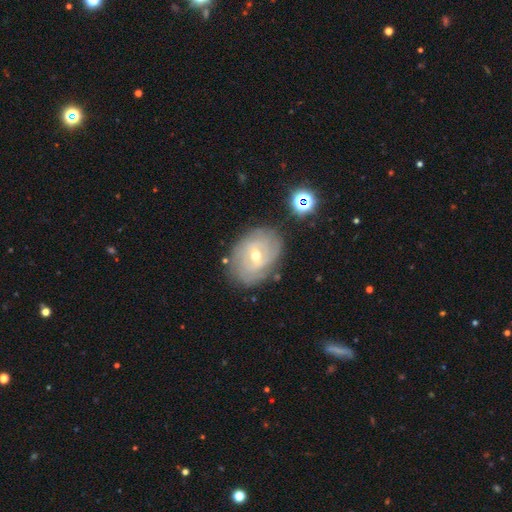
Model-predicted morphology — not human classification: The model was most divided on "bulge size": small: 50%, moderate: 48%, large: 1%, none: 1%, dominant: 1%. More confident: edge-on disk — no (95%); spiral arms — yes (80%); merging — none (76%); smooth or featured — featured or disk (72%); spiral winding — tight (66%); bar — weak (54%); spiral arm count — can't tell (52%).